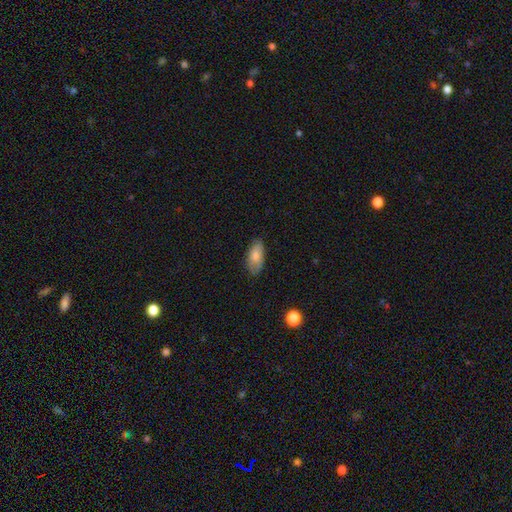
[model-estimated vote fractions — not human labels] Morphology: type=smooth (79%); roundness=in between (91%); merging=none (78%).